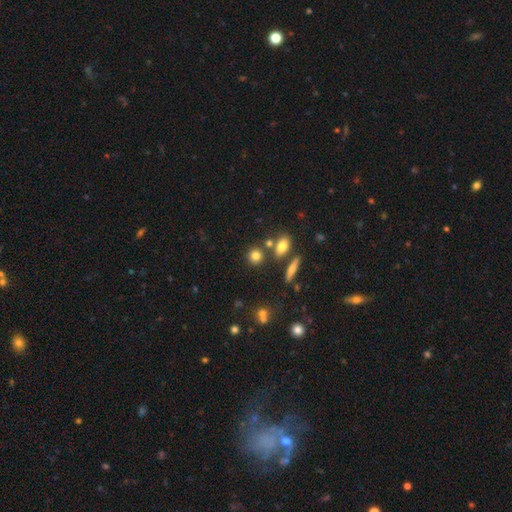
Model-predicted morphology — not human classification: smooth-or-featured: smooth: 77% | star or artifact: 12% | featured or disk: 10%
  how-rounded: round: 82% | in between: 15% | cigar-shaped: 3%
  merging: none: 72% | merger: 15% | minor disturbance: 10% | major disturbance: 3%